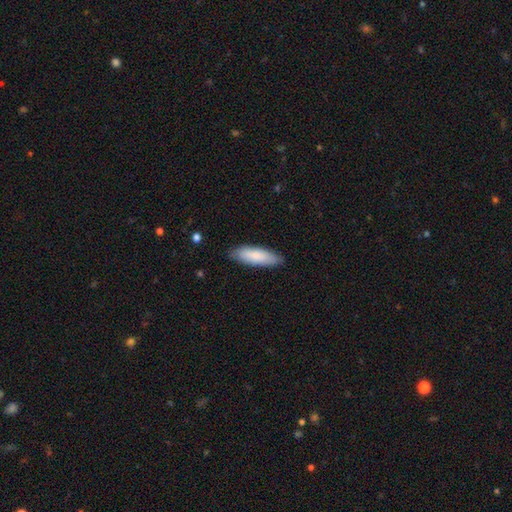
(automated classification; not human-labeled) Smooth or featured?
  - smooth: 84% *
  - featured or disk: 11%
  - star or artifact: 5%
How rounded?
  - in between: 55% *
  - cigar-shaped: 44%
  - round: 1%
Merging?
  - none: 84% *
  - minor disturbance: 12%
  - major disturbance: 2%
  - merger: 1%